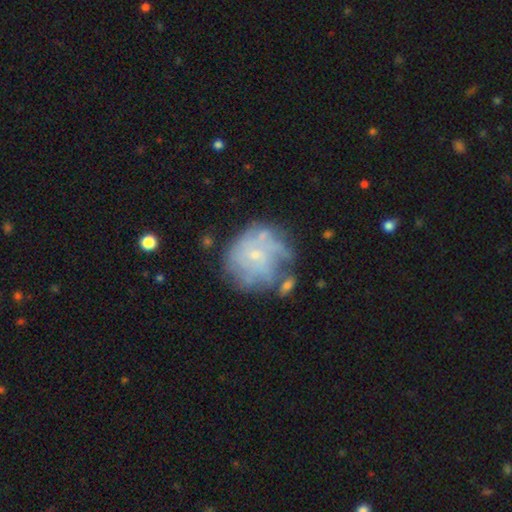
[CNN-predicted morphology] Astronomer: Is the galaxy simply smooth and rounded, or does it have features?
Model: featured or disk — 65%.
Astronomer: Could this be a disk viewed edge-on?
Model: no — 98%.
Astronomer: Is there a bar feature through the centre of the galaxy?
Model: no — 80%.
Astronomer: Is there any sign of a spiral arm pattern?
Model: yes — 66%.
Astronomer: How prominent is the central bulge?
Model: small — 75%.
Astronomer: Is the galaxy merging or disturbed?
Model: none — 53%.